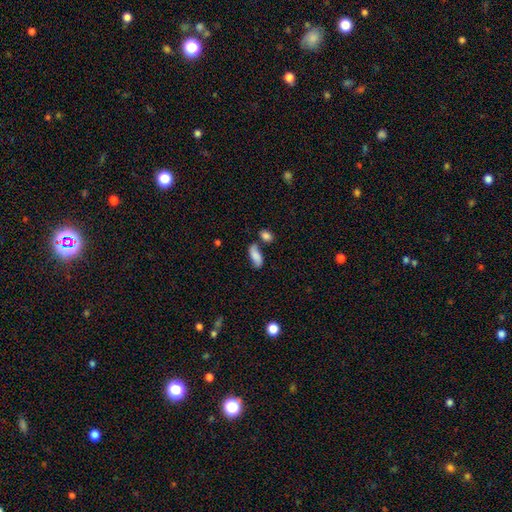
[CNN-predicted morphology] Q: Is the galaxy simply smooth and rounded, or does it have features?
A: smooth — 75%.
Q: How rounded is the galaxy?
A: in between — 79%.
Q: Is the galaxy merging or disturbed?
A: none — 59%.